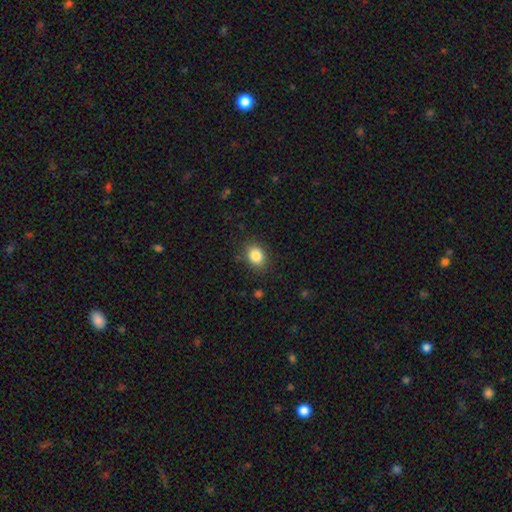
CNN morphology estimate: This appears to be a smooth galaxy with no disk features (85%) that is in between round and cigar-shaped (59%). Merging: none (85%).